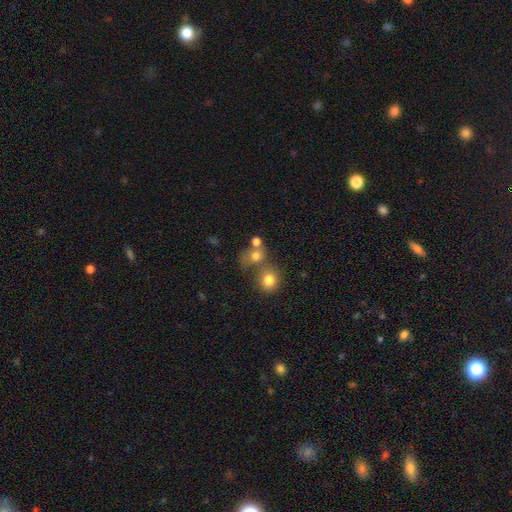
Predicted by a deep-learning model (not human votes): This is likely a smooth galaxy (73%). How rounded: likely round (70%). Merging: possibly merger (46%).